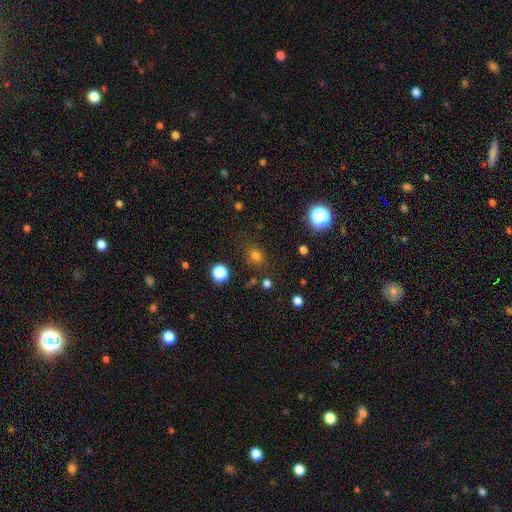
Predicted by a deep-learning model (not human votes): Smooth or featured? smooth (74%)
How rounded? round (65%)
Merging? none (80%)